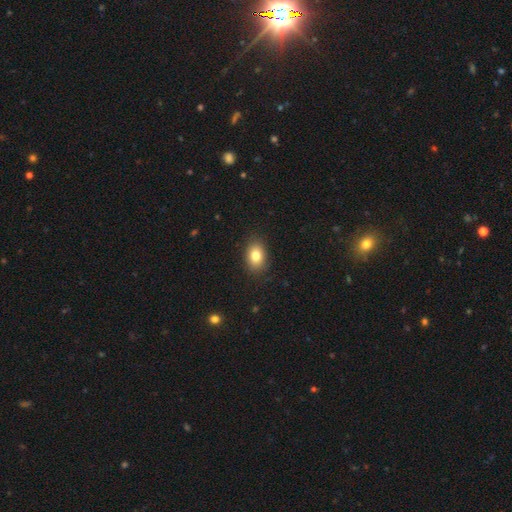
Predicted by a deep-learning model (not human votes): A smooth galaxy with no disk features (81%) that is in between round and cigar-shaped (78%).

Vote fractions:
- Smooth or featured? smooth: 81% / featured or disk: 10% / star or artifact: 9%
- How rounded? in between: 78% / round: 21% / cigar-shaped: 1%
- Merging? none: 86% / minor disturbance: 10% / major disturbance: 3% / merger: 1%